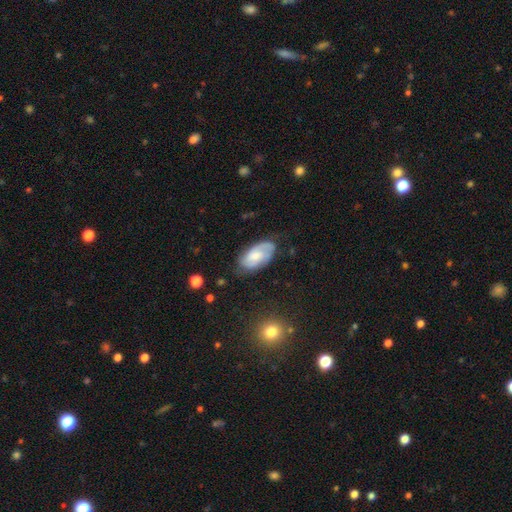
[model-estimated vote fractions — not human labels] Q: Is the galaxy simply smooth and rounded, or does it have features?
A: featured or disk — 51%.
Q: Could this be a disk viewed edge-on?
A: no — 94%.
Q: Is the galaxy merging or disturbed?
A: none — 66%.